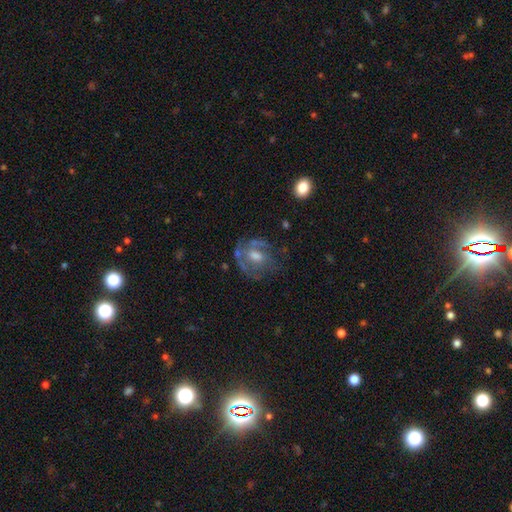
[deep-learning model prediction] Smooth or featured? Predicted: featured or disk (p=0.69). Edge-on disk? Predicted: no (p=0.96). Bar? Predicted: no (p=0.54). Spiral arms? Predicted: yes (p=0.63). Bulge size? Predicted: moderate (p=0.58). Merging? Predicted: none (p=0.57).